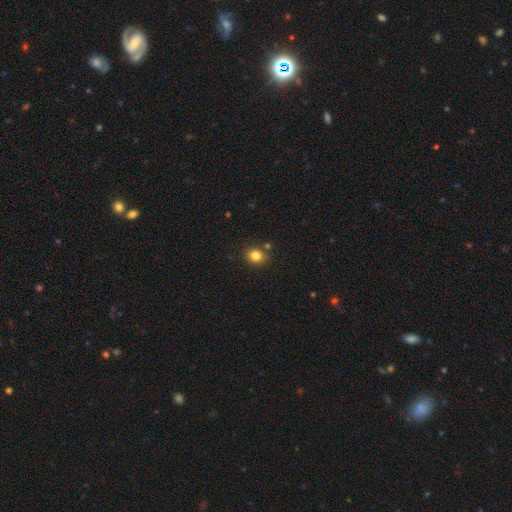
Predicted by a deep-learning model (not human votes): Smooth or featured? smooth (81%)
How rounded? round (69%)
Merging? none (83%)